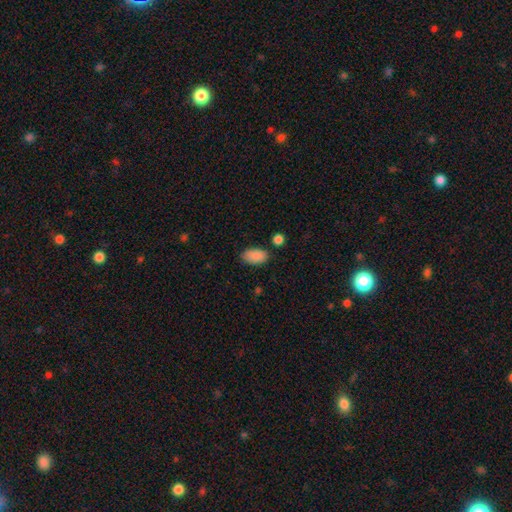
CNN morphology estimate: smooth-or-featured: smooth: 89% | star or artifact: 7% | featured or disk: 4%
  how-rounded: in between: 93% | round: 5% | cigar-shaped: 2%
  merging: none: 77% | minor disturbance: 16% | merger: 4% | major disturbance: 3%